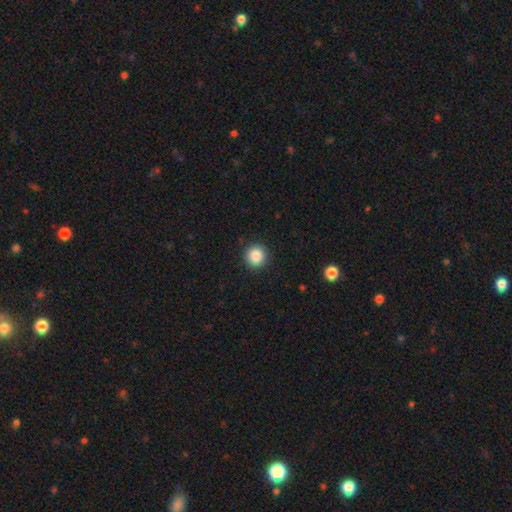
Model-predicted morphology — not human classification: The model was most divided on "smooth or featured": smooth: 87%, star or artifact: 9%, featured or disk: 4%. More confident: how rounded — round (94%); merging — none (92%).